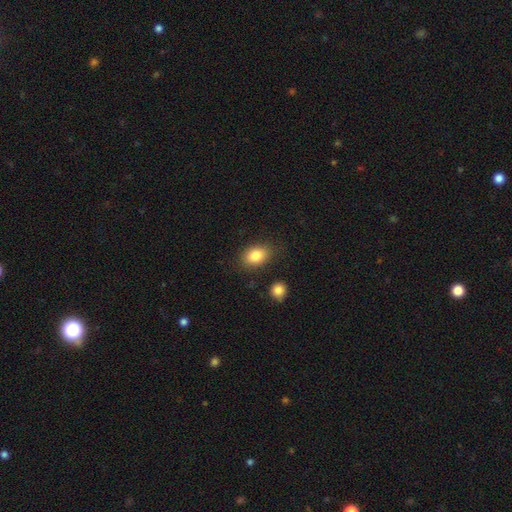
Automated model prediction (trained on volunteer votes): This appears to be a smooth galaxy with no disk features (84%) that is in between round and cigar-shaped (81%). Merging: none (81%).